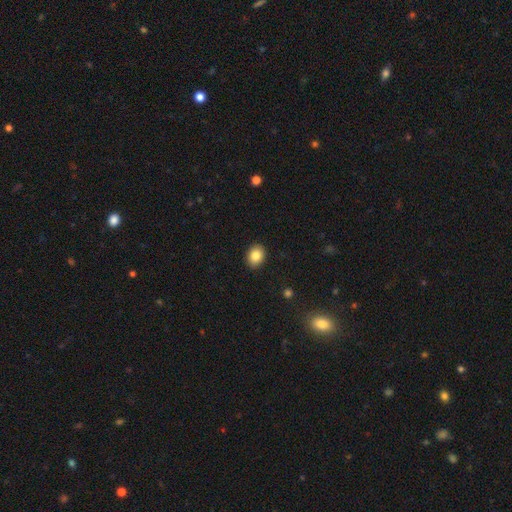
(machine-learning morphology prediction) smooth-or-featured: smooth: 84% | star or artifact: 9% | featured or disk: 7%
  how-rounded: in between: 61% | round: 38% | cigar-shaped: 1%
  merging: none: 90% | minor disturbance: 7% | major disturbance: 2% | merger: 1%